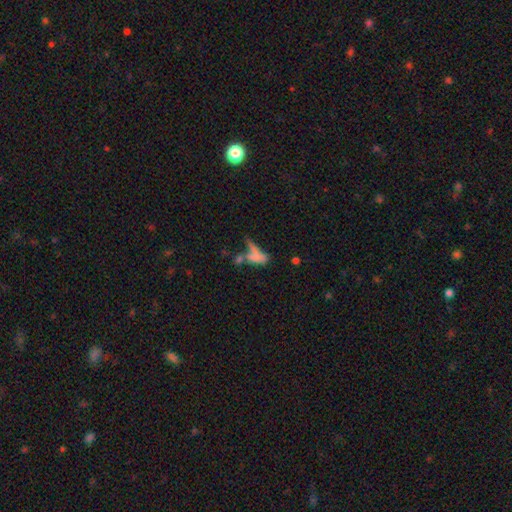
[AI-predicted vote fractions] Morphology: type=smooth (59%); roundness=in between (65%); merging=merger (39%).